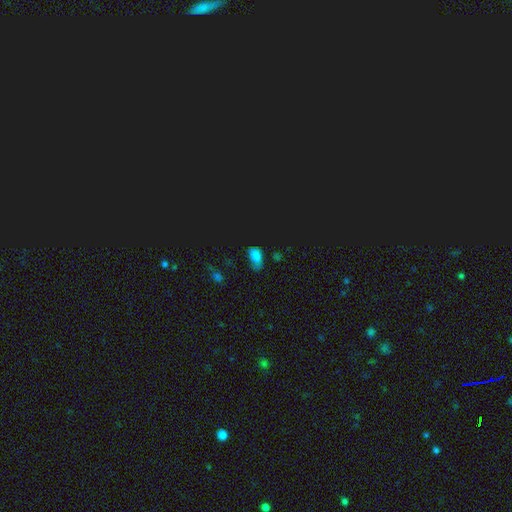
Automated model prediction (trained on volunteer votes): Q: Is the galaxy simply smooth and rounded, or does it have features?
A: smooth — 60%.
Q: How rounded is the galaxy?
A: in between — 81%.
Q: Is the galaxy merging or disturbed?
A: none — 41%.